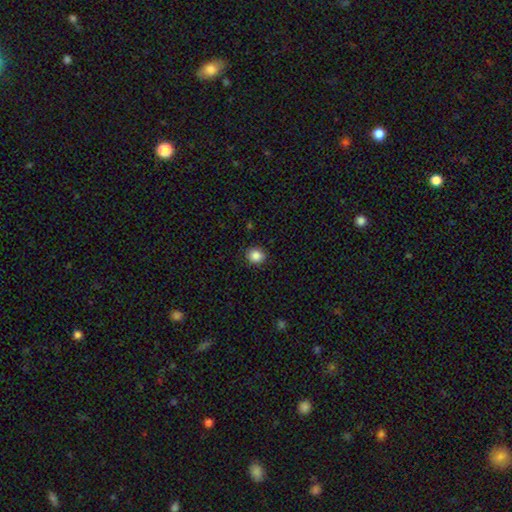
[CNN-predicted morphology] Q: Smooth or featured?
A: smooth (87%); runner-up: star or artifact (10%)
Q: How rounded?
A: round (80%); runner-up: in between (19%)
Q: Merging?
A: none (90%); runner-up: minor disturbance (7%)